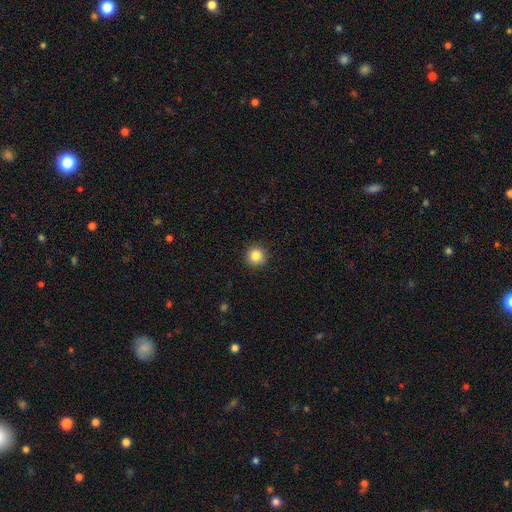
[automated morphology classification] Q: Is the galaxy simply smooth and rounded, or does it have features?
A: smooth — 85%.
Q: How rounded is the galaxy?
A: round — 95%.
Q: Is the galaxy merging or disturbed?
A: none — 92%.